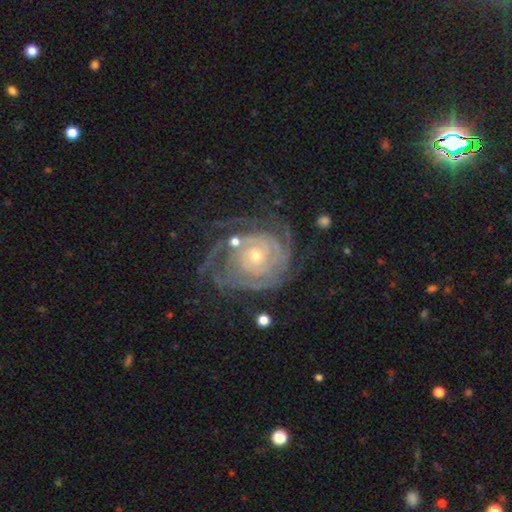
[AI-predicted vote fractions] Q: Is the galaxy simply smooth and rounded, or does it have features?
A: featured or disk — 90%.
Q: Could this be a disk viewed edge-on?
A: no — 97%.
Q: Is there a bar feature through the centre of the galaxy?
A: no — 79%.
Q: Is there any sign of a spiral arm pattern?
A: yes — 97%.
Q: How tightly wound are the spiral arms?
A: tight — 82%.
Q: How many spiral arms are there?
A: can't tell — 27%.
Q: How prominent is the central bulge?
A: small — 62%.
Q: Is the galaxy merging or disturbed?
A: none — 59%.